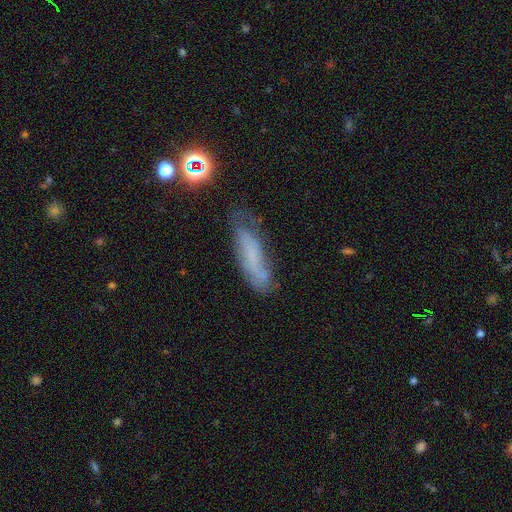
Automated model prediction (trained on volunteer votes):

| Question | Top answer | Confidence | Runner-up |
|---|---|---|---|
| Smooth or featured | smooth | 42% | featured or disk (39%) |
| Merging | none | 62% | minor disturbance (24%) |